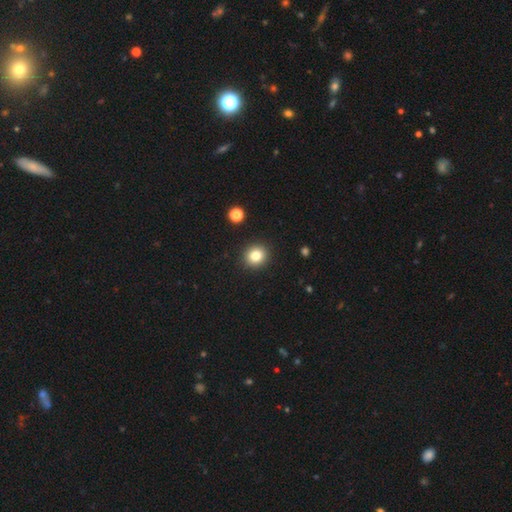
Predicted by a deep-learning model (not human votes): Smooth or featured? smooth (82%)
How rounded? round (86%)
Merging? none (91%)